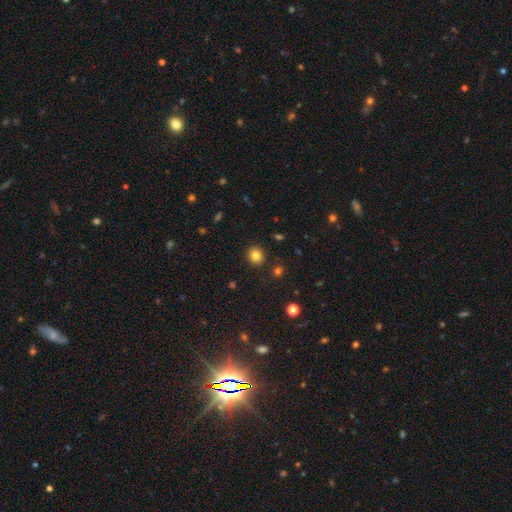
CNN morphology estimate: A smooth galaxy with no disk features (83%) that is round (86%).

Vote fractions:
- Smooth or featured? smooth: 83% / star or artifact: 12% / featured or disk: 6%
- How rounded? round: 86% / in between: 13% / cigar-shaped: 1%
- Merging? none: 90% / minor disturbance: 6% / major disturbance: 2% / merger: 2%